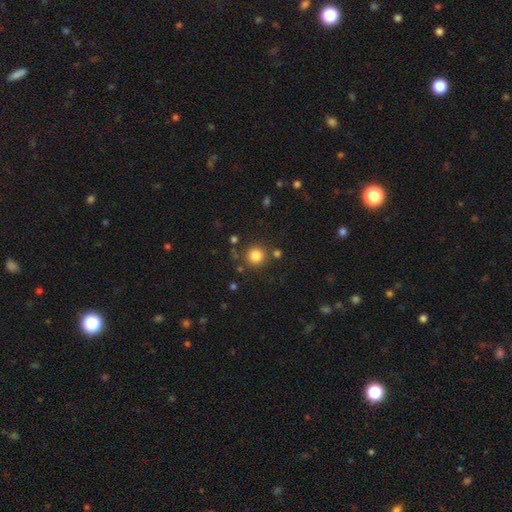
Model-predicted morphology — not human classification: A smooth galaxy with no disk features (83%) that is round (94%).

Vote fractions:
- Smooth or featured? smooth: 83% / star or artifact: 12% / featured or disk: 5%
- How rounded? round: 94% / in between: 5% / cigar-shaped: 1%
- Merging? none: 83% / minor disturbance: 8% / merger: 6% / major disturbance: 3%